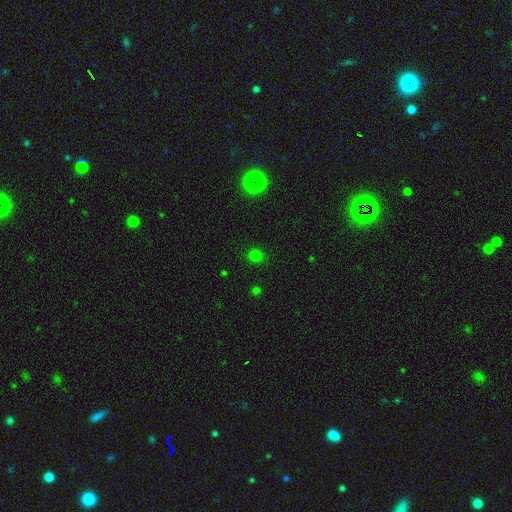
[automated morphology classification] Overall: smooth (74%). How rounded: round (88%). Merging: none (89%).